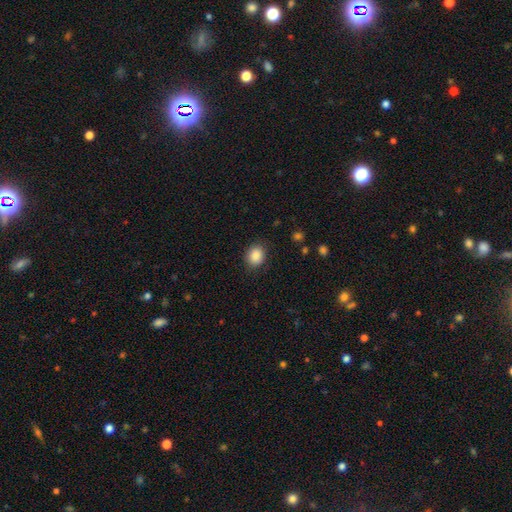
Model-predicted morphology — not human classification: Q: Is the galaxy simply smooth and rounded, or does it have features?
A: smooth — 88%.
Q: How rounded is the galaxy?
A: round — 57%.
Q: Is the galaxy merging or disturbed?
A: none — 86%.